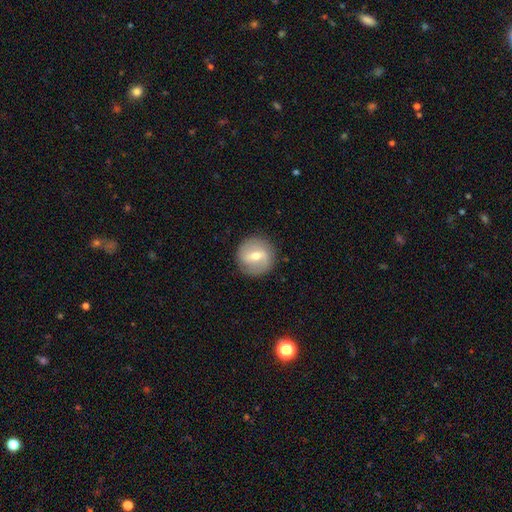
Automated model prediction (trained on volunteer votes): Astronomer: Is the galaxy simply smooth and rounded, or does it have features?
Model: featured or disk — 55% (runner-up: smooth, 39%).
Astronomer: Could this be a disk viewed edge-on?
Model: no — 94%.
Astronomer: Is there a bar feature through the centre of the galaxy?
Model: weak — 49% (runner-up: strong, 37%).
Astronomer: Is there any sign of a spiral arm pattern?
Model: yes — 55% (runner-up: no, 45%).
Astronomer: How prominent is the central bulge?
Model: moderate — 64%.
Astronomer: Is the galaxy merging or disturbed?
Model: none — 87%.